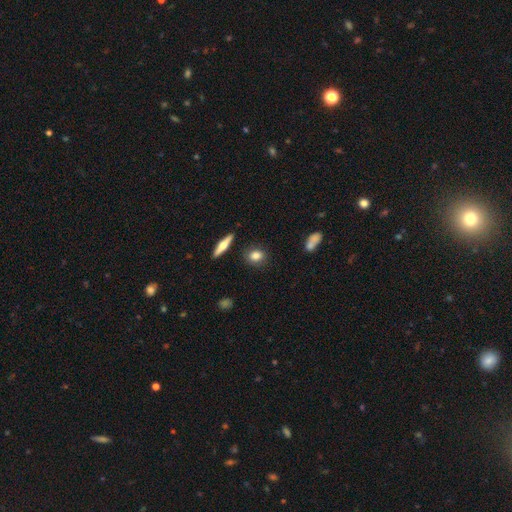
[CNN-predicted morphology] This appears to be a smooth galaxy with no disk features (80%) that is round (50%). Merging: none (85%).